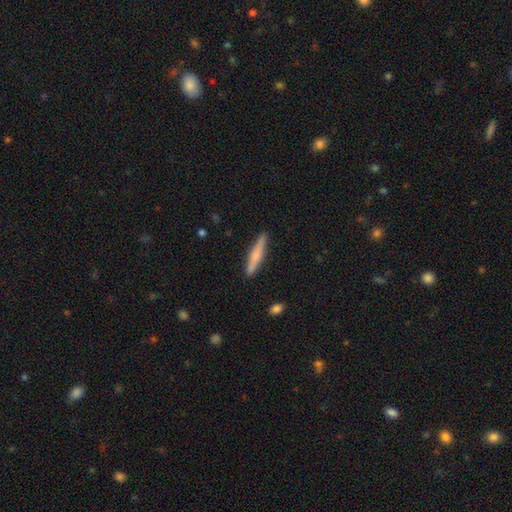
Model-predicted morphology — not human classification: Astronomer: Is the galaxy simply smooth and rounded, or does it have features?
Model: smooth — 53% (runner-up: featured or disk, 41%).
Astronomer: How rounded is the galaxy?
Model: cigar-shaped — 92%.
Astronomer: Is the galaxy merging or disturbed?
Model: none — 90%.